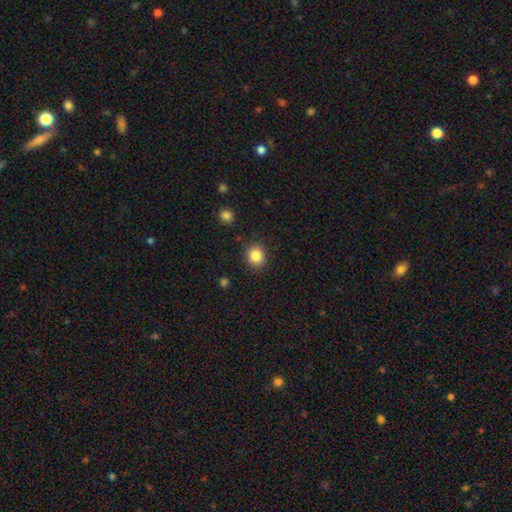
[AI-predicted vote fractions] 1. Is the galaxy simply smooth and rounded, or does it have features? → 86% smooth, 10% star or artifact, 4% featured or disk.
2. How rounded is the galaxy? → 79% round, 20% in between, 1% cigar-shaped.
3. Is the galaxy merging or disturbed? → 87% none, 8% minor disturbance, 3% major disturbance, 2% merger.